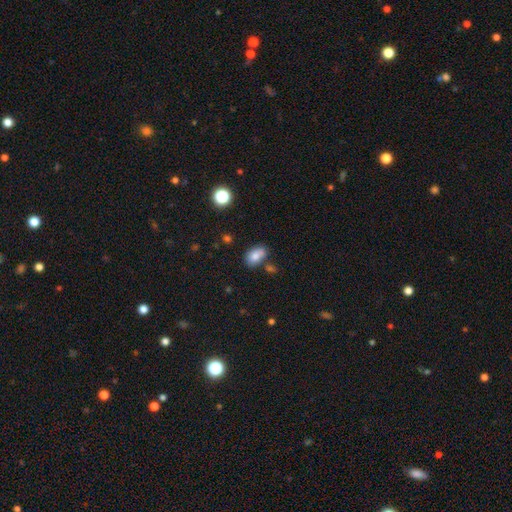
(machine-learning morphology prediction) Q: Smooth or featured?
A: smooth (81%); runner-up: featured or disk (10%)
Q: How rounded?
A: in between (89%); runner-up: round (10%)
Q: Merging?
A: none (66%); runner-up: minor disturbance (18%)